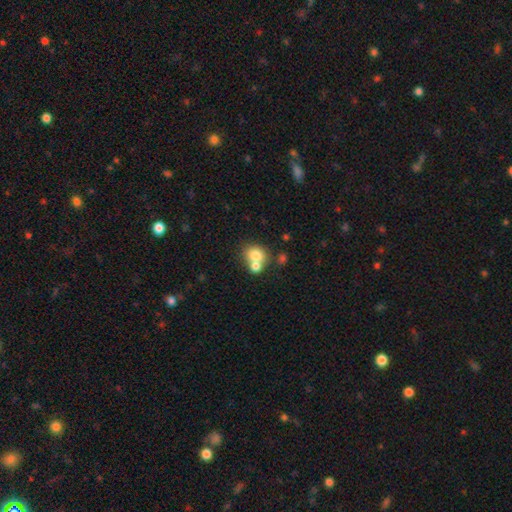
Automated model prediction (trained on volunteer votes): Smooth or featured?
  - smooth: 75% *
  - featured or disk: 15%
  - star or artifact: 10%
How rounded?
  - round: 69% *
  - in between: 30%
  - cigar-shaped: 1%
Merging?
  - merger: 54% *
  - none: 36%
  - minor disturbance: 7%
  - major disturbance: 3%